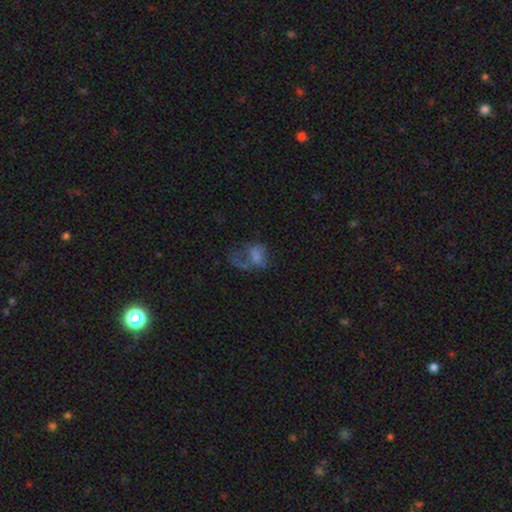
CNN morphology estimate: A featured or disk galaxy (39%). Merging: major disturbance (47%).